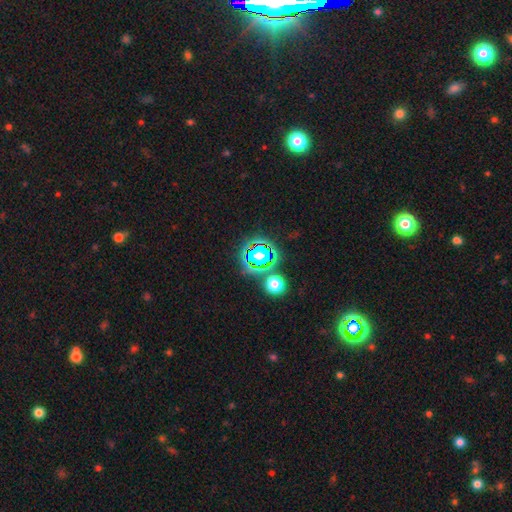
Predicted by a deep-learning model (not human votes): This appears to be a star or artifact, not a galaxy (58%).